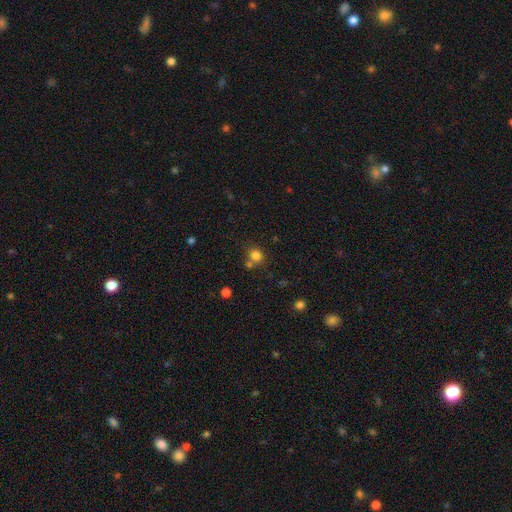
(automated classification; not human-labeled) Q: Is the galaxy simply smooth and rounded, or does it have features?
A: smooth — 79%.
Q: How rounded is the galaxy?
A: round — 82%.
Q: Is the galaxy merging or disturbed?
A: none — 63%.